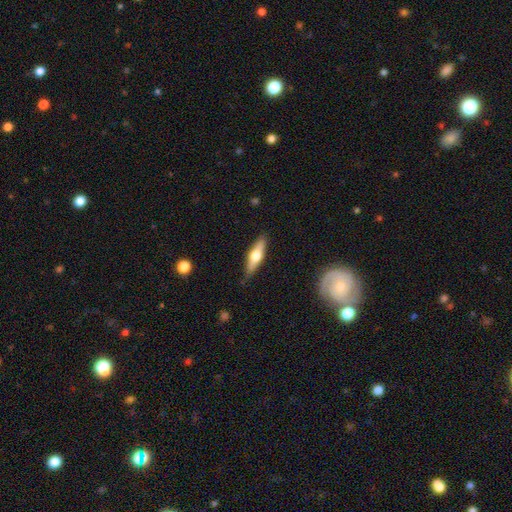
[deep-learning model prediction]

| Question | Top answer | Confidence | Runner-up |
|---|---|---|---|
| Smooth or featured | featured or disk | 50% | smooth (45%) |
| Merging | none | 85% | minor disturbance (12%) |